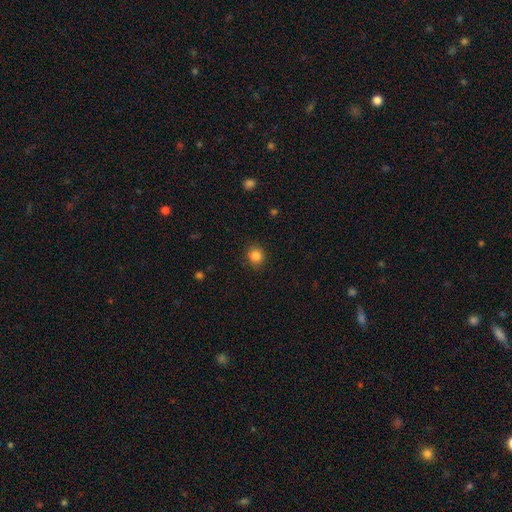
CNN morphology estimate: This is clearly a smooth galaxy (84%). How rounded: clearly round (83%). Merging: clearly none (89%).